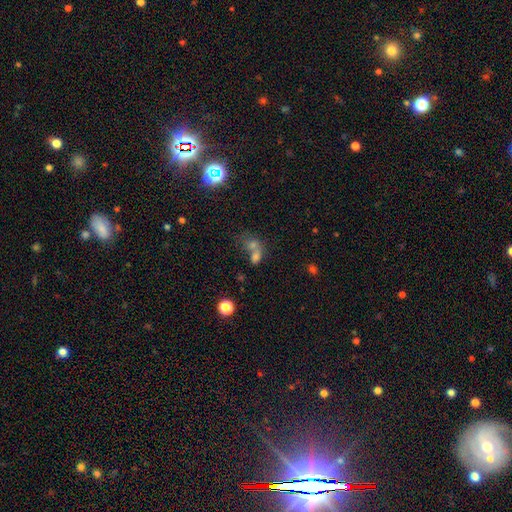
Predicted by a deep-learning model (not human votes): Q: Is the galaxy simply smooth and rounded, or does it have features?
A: smooth — 67%.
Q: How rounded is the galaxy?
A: in between — 60%.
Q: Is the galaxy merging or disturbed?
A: merger — 66%.